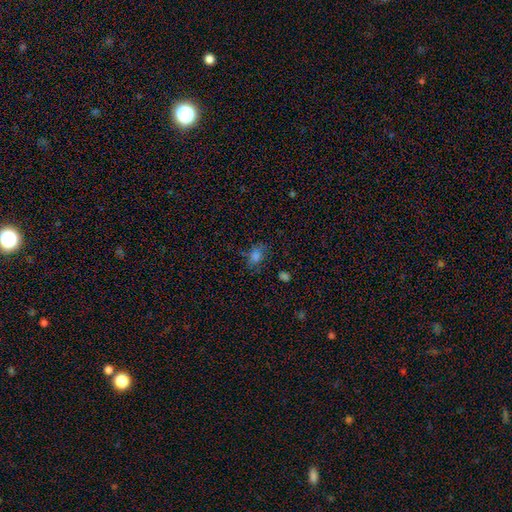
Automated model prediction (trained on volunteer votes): Smooth or featured? Predicted: smooth (p=0.71). How rounded? Predicted: in between (p=0.68). Merging? Predicted: none (p=0.67).